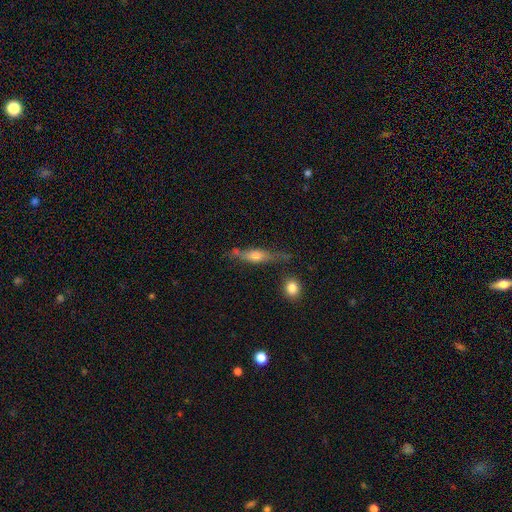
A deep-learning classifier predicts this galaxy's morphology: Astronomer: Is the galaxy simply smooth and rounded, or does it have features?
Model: featured or disk — 49% (runner-up: smooth, 43%).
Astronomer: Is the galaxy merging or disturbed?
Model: none — 57%.